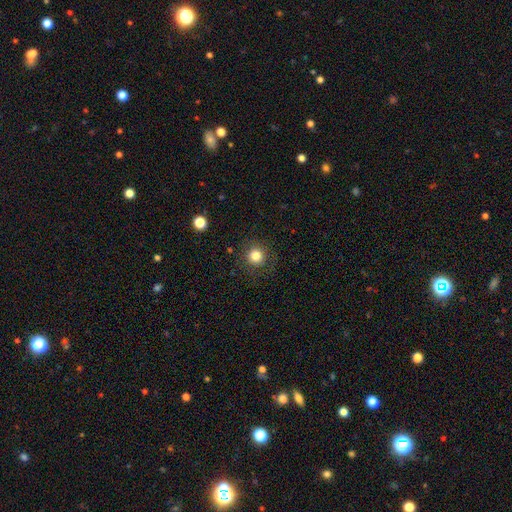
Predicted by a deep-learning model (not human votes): This appears to be a smooth galaxy with no disk features (82%) that is round (94%). Merging: none (87%).